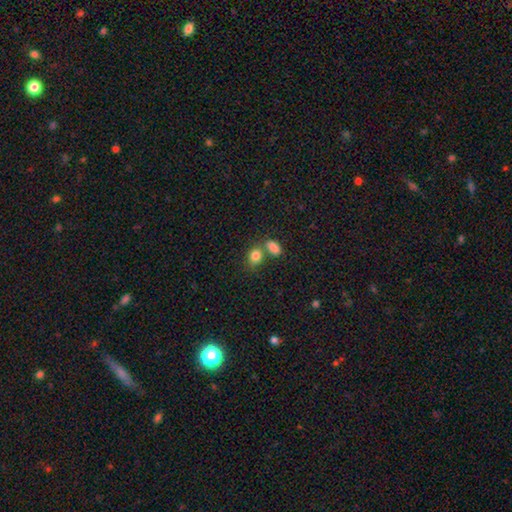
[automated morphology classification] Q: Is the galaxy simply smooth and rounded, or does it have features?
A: smooth — 83%.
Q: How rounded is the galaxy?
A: in between — 63%.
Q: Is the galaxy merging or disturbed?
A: none — 51%.